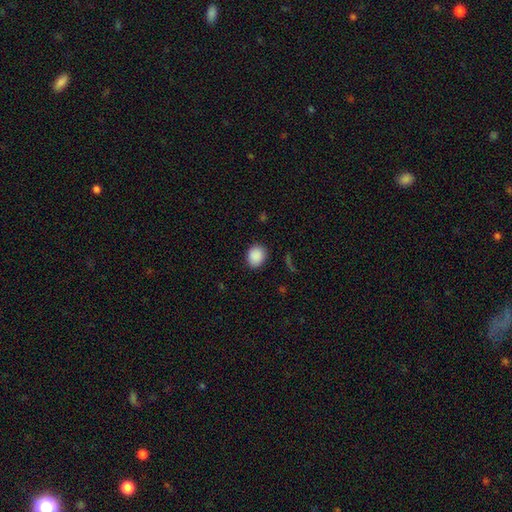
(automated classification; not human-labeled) Smooth or featured? Predicted: smooth (p=0.89). How rounded? Predicted: round (p=0.61). Merging? Predicted: none (p=0.87).